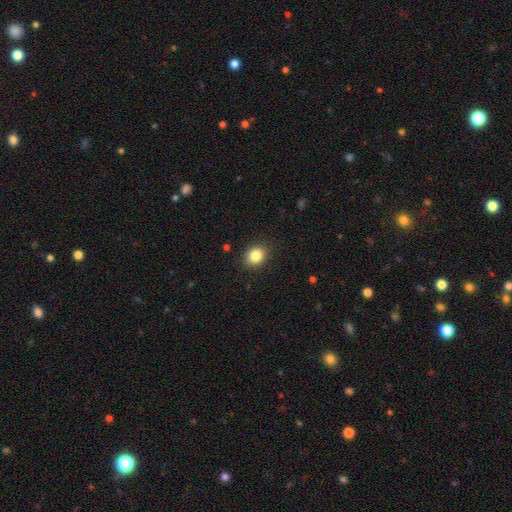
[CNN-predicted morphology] Smooth or featured? smooth (84%)
How rounded? round (58%)
Merging? none (89%)